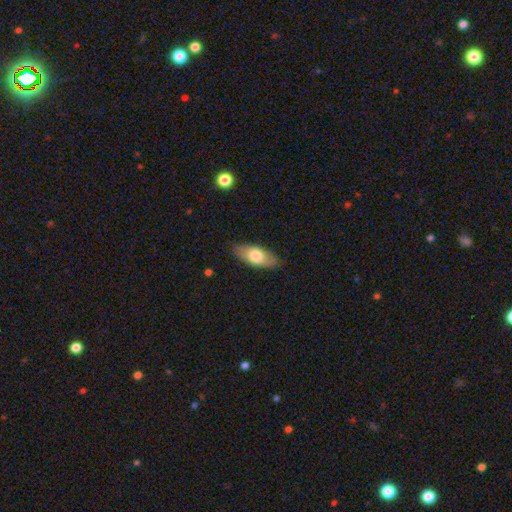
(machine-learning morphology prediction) Overall: smooth (70%). How rounded: in between (84%). Merging: none (85%).